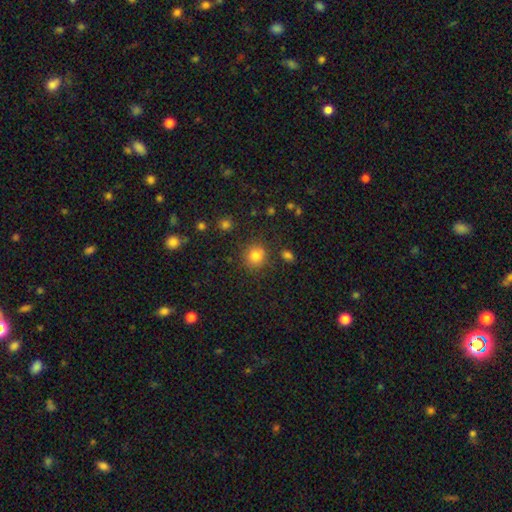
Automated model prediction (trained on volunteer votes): This appears to be a smooth galaxy with no disk features (81%) that is round (86%). Merging: none (82%).